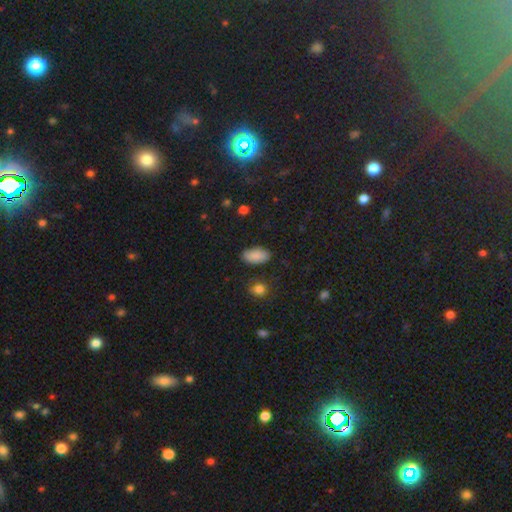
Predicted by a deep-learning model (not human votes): This is clearly a smooth galaxy (88%). How rounded: clearly in between (94%). Merging: clearly none (85%).